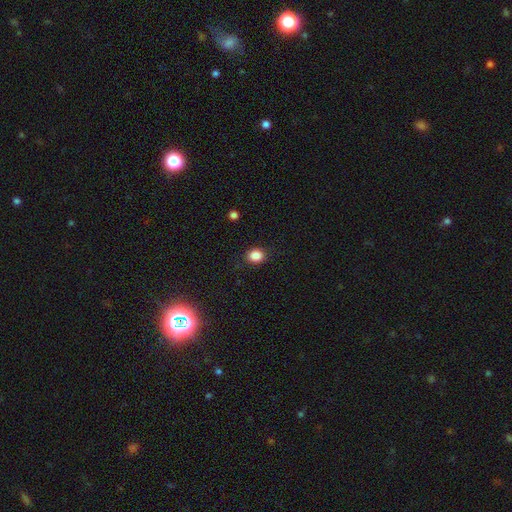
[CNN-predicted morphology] This is clearly a smooth galaxy (85%). How rounded: likely round (61%). Merging: clearly none (87%).